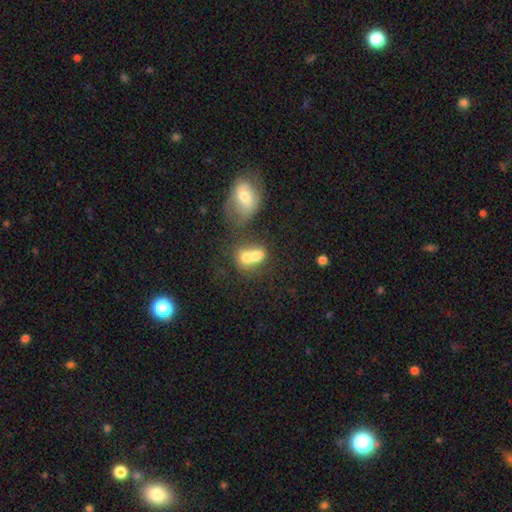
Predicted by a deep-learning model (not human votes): smooth_or_featured: smooth (p=0.67) [alt: featured or disk p=0.23]
how_rounded: in between (p=0.53) [alt: round p=0.45]
merging: merger (p=0.71) [alt: none p=0.17]